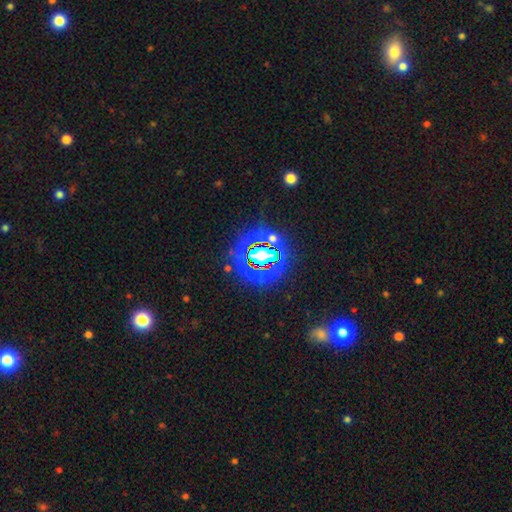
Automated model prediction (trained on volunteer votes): star or artifact 75%, smooth 15%, featured or disk 11%.